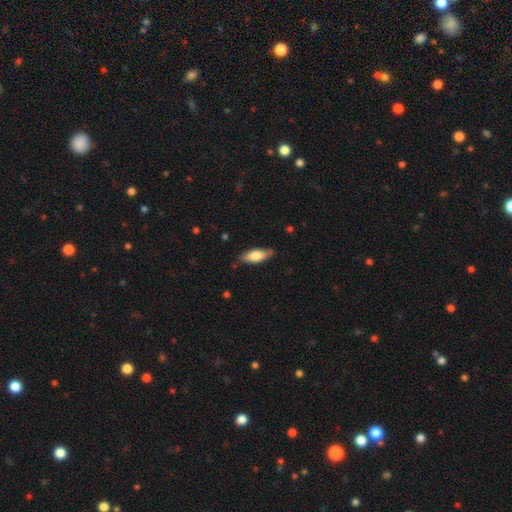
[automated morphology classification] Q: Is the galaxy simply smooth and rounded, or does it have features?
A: smooth — 71%.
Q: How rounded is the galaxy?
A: in between — 72%.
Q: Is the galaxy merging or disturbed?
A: none — 80%.